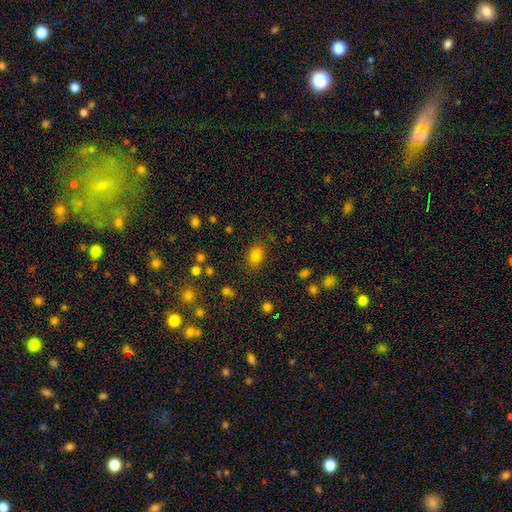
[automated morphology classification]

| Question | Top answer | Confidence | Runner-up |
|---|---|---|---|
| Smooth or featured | smooth | 81% | star or artifact (13%) |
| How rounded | in between | 71% | round (28%) |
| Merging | none | 83% | minor disturbance (11%) |